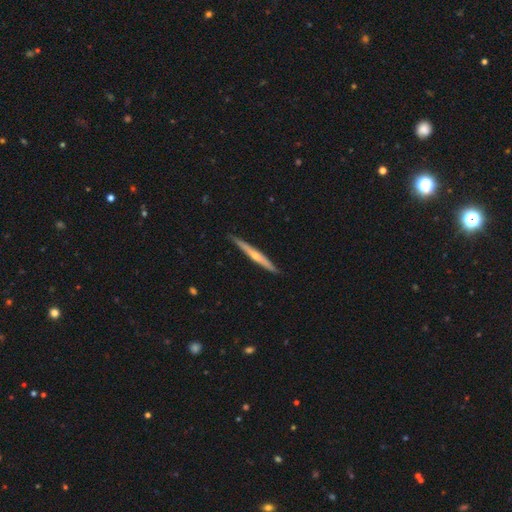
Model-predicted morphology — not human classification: Q: Smooth or featured?
A: featured or disk (64%); runner-up: smooth (30%)
Q: Edge-on disk?
A: yes (97%); runner-up: no (3%)
Q: Edge-on bulge?
A: rounded (71%); runner-up: none (25%)
Q: Merging?
A: none (89%); runner-up: minor disturbance (8%)